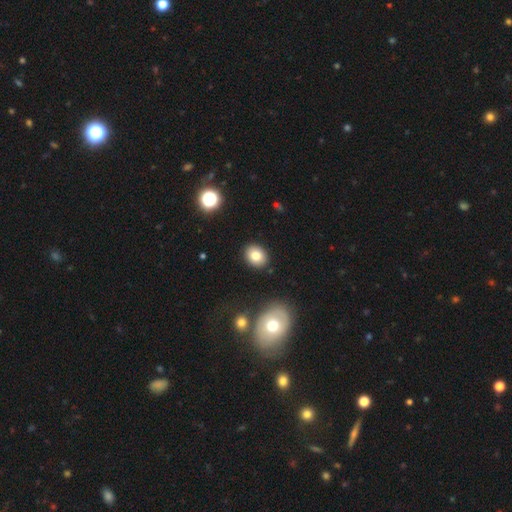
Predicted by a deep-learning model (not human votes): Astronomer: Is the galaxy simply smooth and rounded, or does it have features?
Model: smooth — 81%.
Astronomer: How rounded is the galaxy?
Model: in between — 54% (runner-up: round, 45%).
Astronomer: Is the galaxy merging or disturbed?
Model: none — 88%.